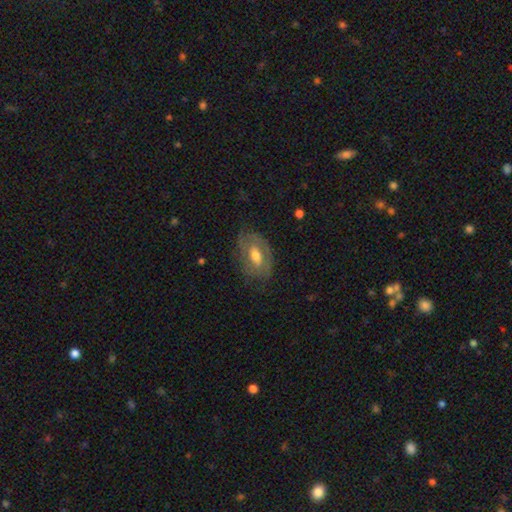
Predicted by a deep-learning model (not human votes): This is likely a featured or disk galaxy (65%). It is clearly not viewed edge-on (92%). Bar: marginally no (44%). Spiral arm pattern: likely yes (67%). Central bulge: likely moderate (69%). Merging: likely none (67%).